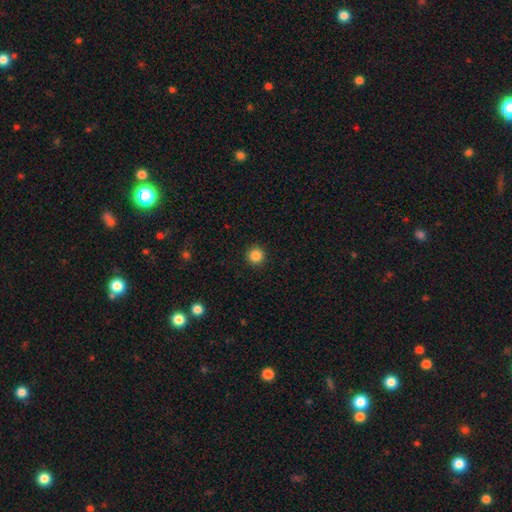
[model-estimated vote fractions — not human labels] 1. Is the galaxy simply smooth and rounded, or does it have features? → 86% smooth, 11% star or artifact, 3% featured or disk.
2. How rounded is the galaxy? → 96% round, 4% in between, 1% cigar-shaped.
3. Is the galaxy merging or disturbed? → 93% none, 4% minor disturbance, 2% major disturbance, 1% merger.